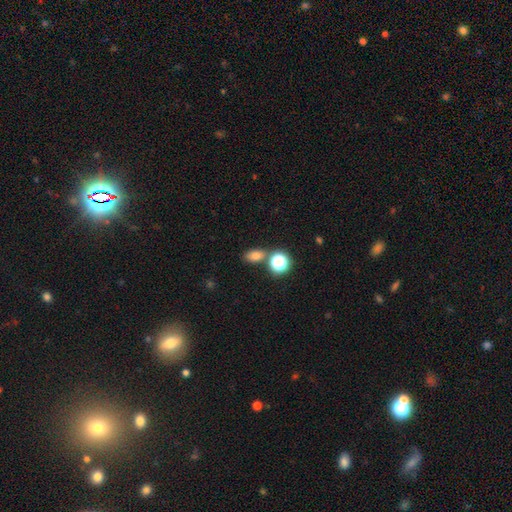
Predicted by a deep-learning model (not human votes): smooth 75%, star or artifact 18%, featured or disk 7%. Down the decision tree: how rounded — in between (73%); merging — none (70%).